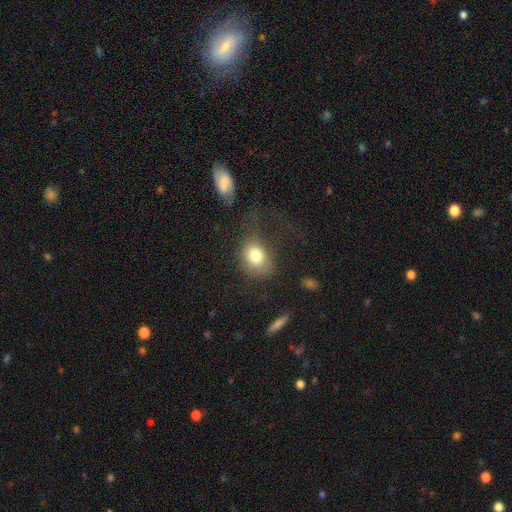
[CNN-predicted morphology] smooth-or-featured: smooth: 78% | featured or disk: 13% | star or artifact: 9%
  how-rounded: in between: 61% | round: 38% | cigar-shaped: 1%
  merging: none: 44% | major disturbance: 30% | minor disturbance: 23% | merger: 3%